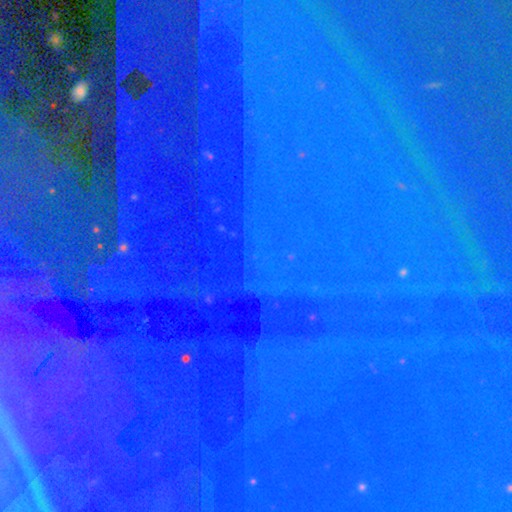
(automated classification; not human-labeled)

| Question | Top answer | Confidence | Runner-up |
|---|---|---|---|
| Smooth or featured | star or artifact | 86% | featured or disk (8%) |